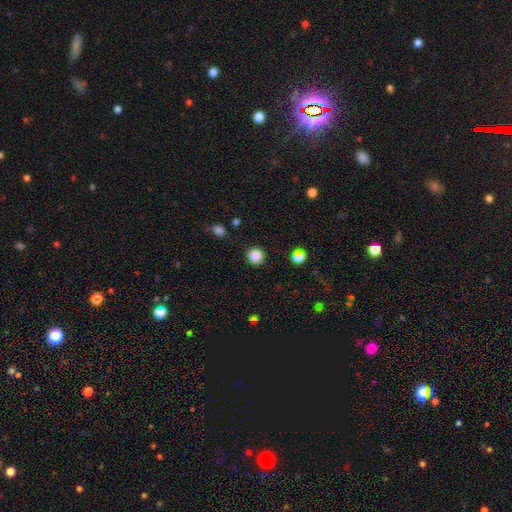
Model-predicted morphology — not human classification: type=smooth (85%); roundness=round (92%); merging=none (89%).